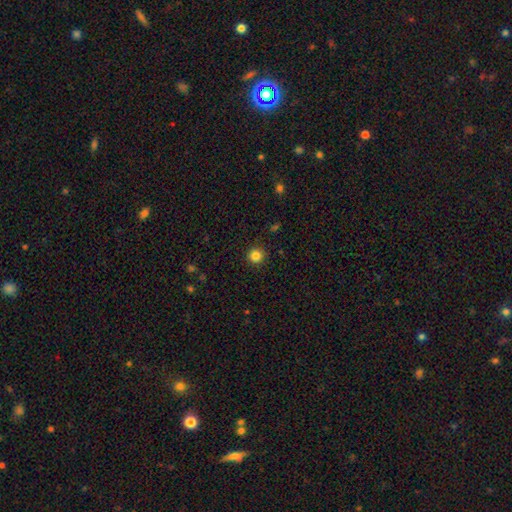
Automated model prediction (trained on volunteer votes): Smooth or featured: smooth — 84% (star or artifact — 12%)
How rounded: round — 95% (in between — 4%)
Merging: none — 92% (minor disturbance — 6%)